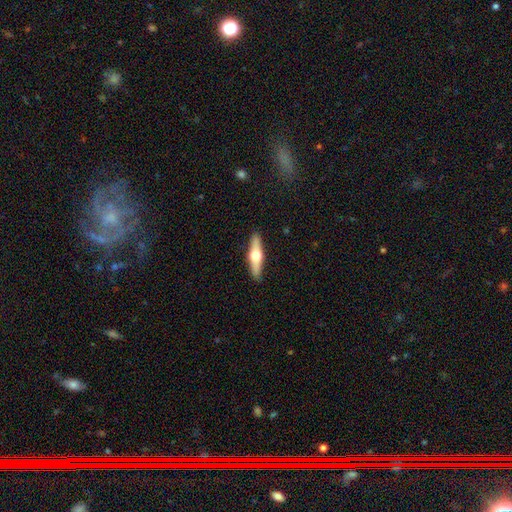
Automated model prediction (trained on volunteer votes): Q: Smooth or featured?
A: featured or disk (54%); runner-up: smooth (41%)
Q: Edge-on disk?
A: yes (93%); runner-up: no (7%)
Q: Merging?
A: none (90%); runner-up: minor disturbance (7%)